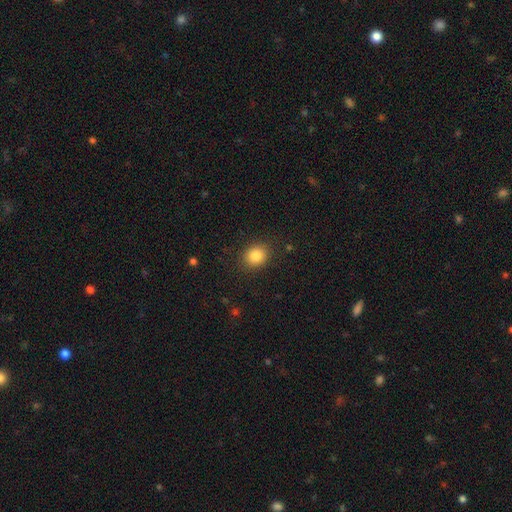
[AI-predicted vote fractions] smooth_or_featured: smooth (p=0.84) [alt: star or artifact p=0.10]
how_rounded: round (p=0.67) [alt: in between p=0.32]
merging: none (p=0.87) [alt: minor disturbance p=0.09]